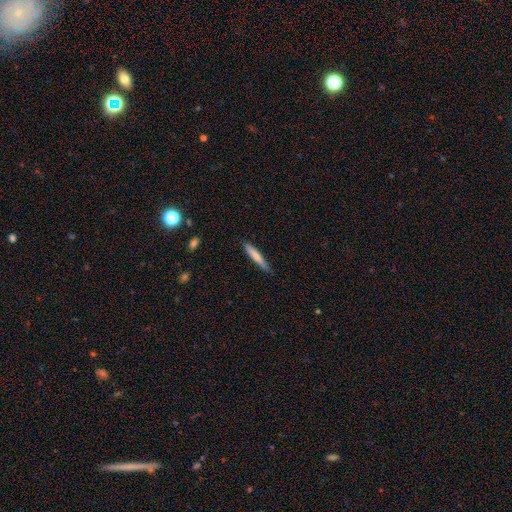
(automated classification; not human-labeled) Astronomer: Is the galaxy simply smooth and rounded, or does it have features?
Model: smooth — 74%.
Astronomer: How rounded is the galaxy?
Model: cigar-shaped — 93%.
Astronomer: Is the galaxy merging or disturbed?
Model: none — 81%.